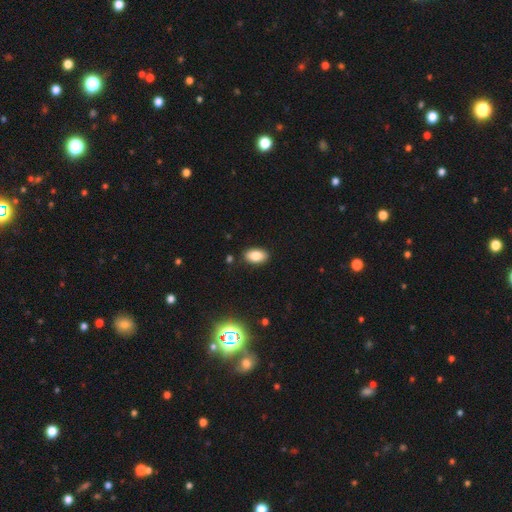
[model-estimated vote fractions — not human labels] smooth 84%, star or artifact 9%, featured or disk 7%. Down the decision tree: how rounded — in between (92%); merging — none (87%).